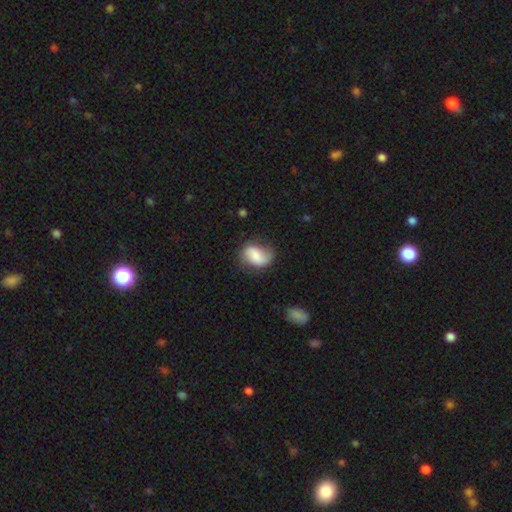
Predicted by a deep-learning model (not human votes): Q: Smooth or featured?
A: smooth (54%); runner-up: featured or disk (38%)
Q: How rounded?
A: in between (70%); runner-up: round (29%)
Q: Merging?
A: none (60%); runner-up: minor disturbance (27%)